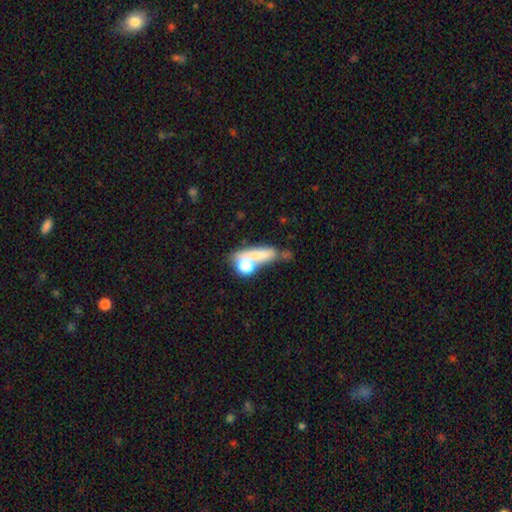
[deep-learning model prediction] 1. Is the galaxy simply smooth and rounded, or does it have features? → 63% smooth, 21% featured or disk, 16% star or artifact.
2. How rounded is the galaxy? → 39% cigar-shaped, 38% in between, 23% round.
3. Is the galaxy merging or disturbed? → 39% none, 32% merger, 15% minor disturbance, 13% major disturbance.